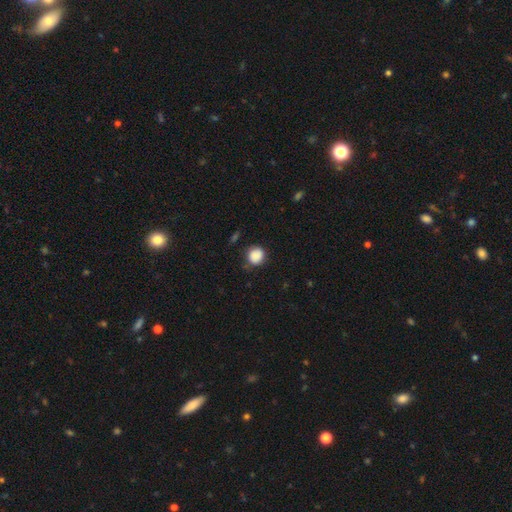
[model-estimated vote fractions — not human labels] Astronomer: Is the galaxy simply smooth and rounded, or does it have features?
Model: smooth — 87%.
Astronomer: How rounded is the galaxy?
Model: round — 85%.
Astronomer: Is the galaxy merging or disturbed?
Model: none — 71%.